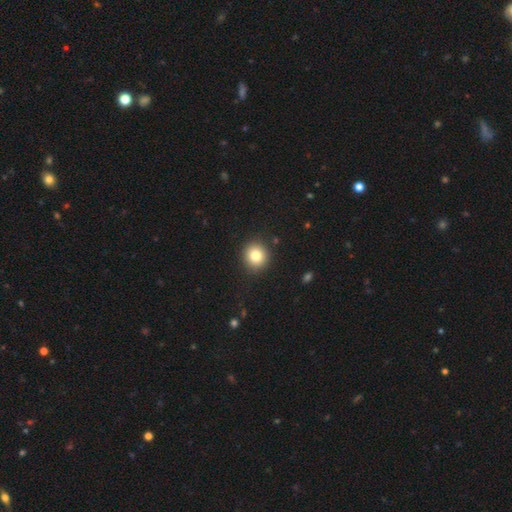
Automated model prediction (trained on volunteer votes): Smooth or featured? Predicted: smooth (p=0.81). How rounded? Predicted: round (p=0.89). Merging? Predicted: none (p=0.90).